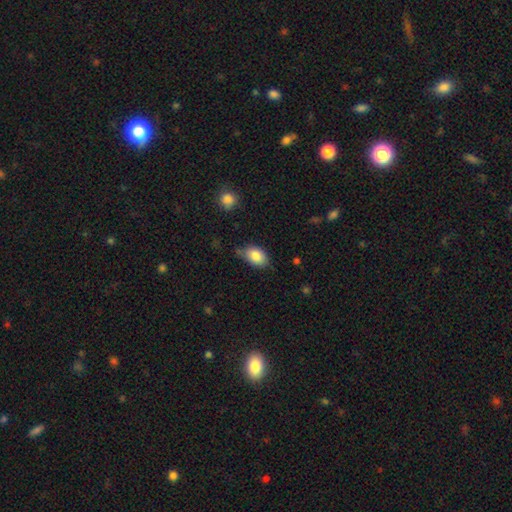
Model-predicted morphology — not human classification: Q: Smooth or featured?
A: smooth (84%); runner-up: featured or disk (9%)
Q: How rounded?
A: in between (85%); runner-up: round (13%)
Q: Merging?
A: none (67%); runner-up: minor disturbance (25%)